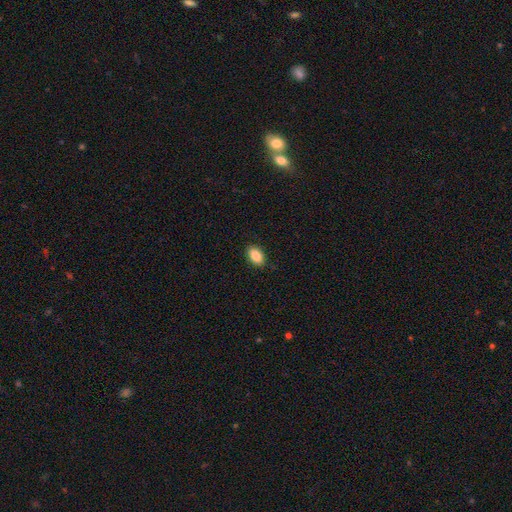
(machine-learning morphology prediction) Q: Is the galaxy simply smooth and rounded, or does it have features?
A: smooth — 88%.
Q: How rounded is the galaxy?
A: in between — 91%.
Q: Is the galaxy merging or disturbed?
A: none — 89%.